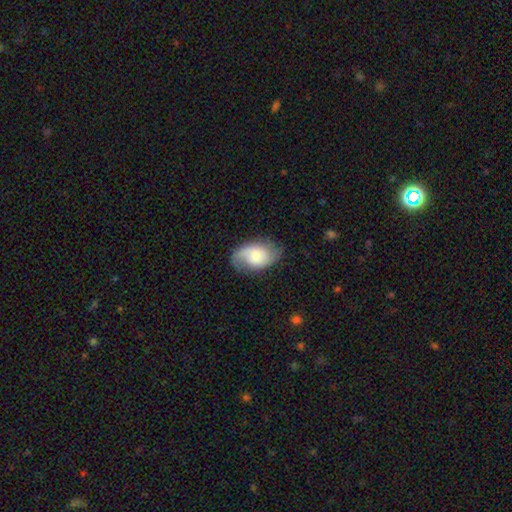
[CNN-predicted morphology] Smooth or featured: featured or disk — 54% (smooth — 39%)
Edge-on disk: no — 97% (yes — 3%)
Bar: no — 64% (weak — 30%)
Spiral arms: yes — 89% (no — 11%)
Bulge size: large — 30% (moderate — 26%)
Merging: none — 64% (minor disturbance — 24%)